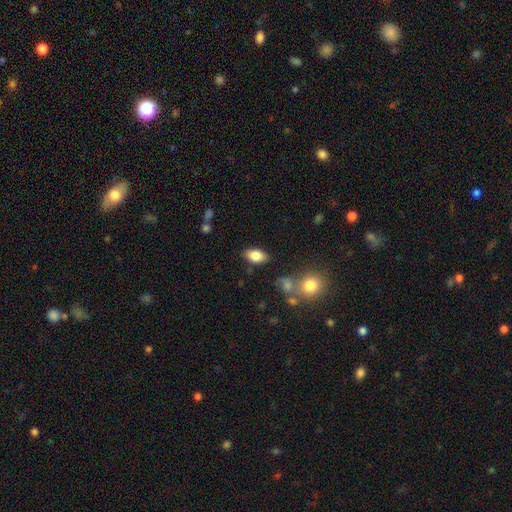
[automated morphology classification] smooth-or-featured: smooth: 83% | featured or disk: 9% | star or artifact: 8%
  how-rounded: in between: 91% | round: 6% | cigar-shaped: 3%
  merging: none: 83% | minor disturbance: 11% | merger: 3% | major disturbance: 3%